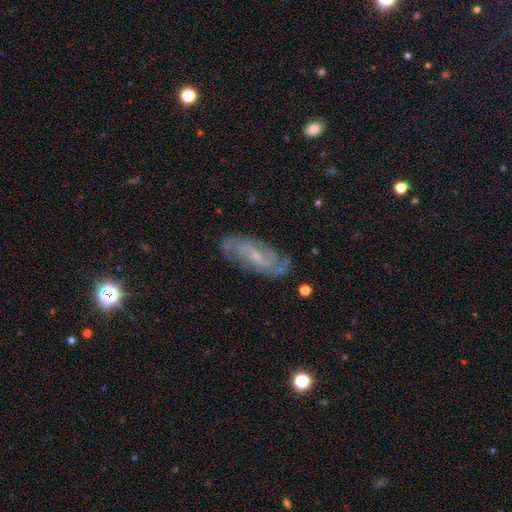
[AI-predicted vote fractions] featured or disk 82%, smooth 10%, star or artifact 8%. Down the decision tree: edge-on disk — no (93%); bar — weak (47%); spiral arms — yes (95%); spiral arm count — 2 (56%); spiral winding — tight (44%); bulge size — small (67%); merging — none (78%).